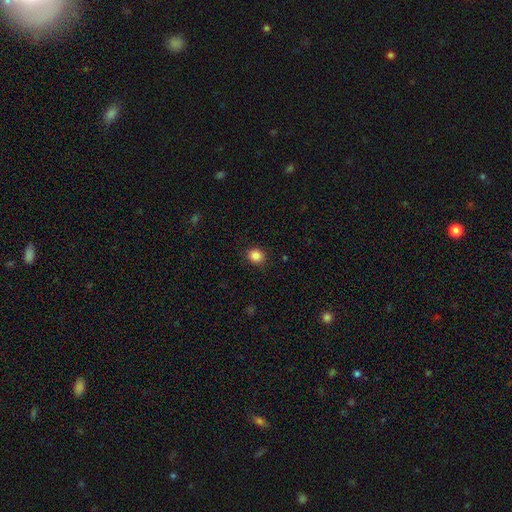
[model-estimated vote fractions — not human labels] smooth 86%, star or artifact 11%, featured or disk 3%. Down the decision tree: how rounded — round (80%); merging — none (90%).